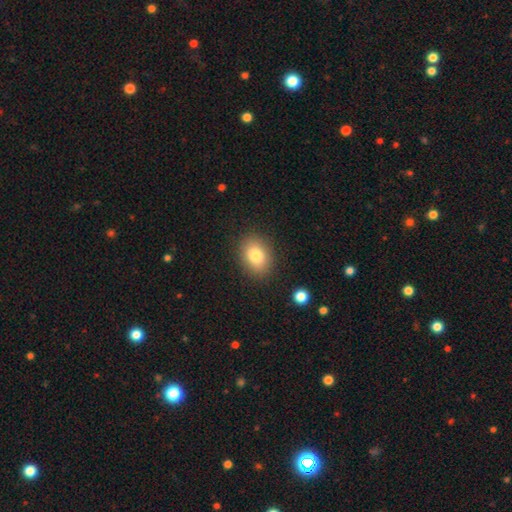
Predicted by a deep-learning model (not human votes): A smooth galaxy with no disk features (81%) that is in between round and cigar-shaped (65%). Merging: none (87%).